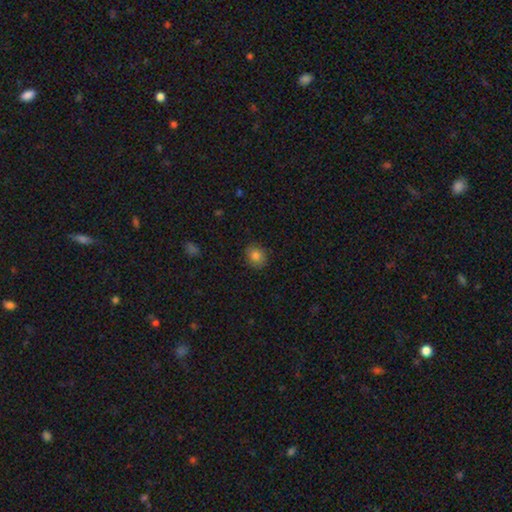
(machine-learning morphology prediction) smooth_or_featured: smooth (p=0.83) [alt: star or artifact p=0.10]
how_rounded: round (p=0.77) [alt: in between p=0.22]
merging: none (p=0.87) [alt: minor disturbance p=0.10]